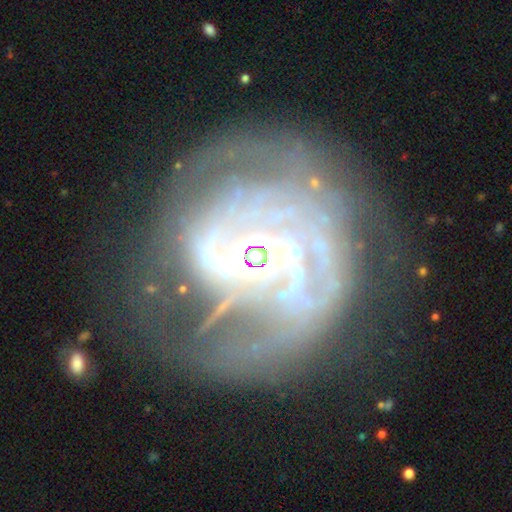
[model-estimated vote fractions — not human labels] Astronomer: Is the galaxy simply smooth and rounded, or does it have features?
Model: featured or disk — 83%.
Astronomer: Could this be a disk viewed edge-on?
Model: no — 98%.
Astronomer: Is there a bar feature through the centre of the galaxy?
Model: no — 56% (runner-up: weak, 33%).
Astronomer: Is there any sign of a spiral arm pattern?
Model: yes — 83%.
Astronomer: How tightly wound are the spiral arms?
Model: tight — 53% (runner-up: medium, 31%).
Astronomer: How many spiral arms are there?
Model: can't tell — 39% (runner-up: 2, 26%).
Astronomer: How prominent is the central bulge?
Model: small — 47% (runner-up: moderate, 38%).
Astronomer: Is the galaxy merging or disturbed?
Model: none — 42% (runner-up: major disturbance, 32%).